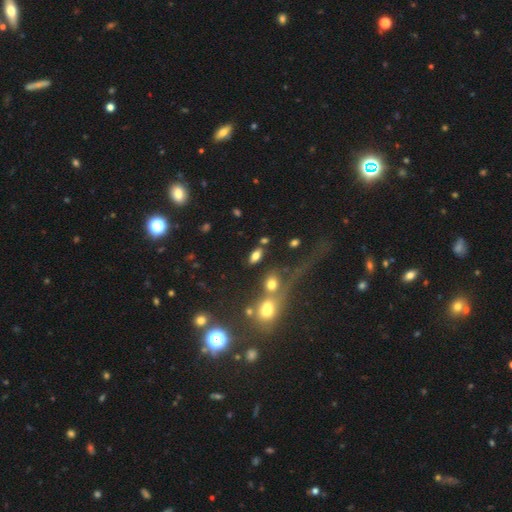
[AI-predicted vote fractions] This appears to be a smooth galaxy with no disk features (73%) that is in between round and cigar-shaped (86%). Merging: none (71%).